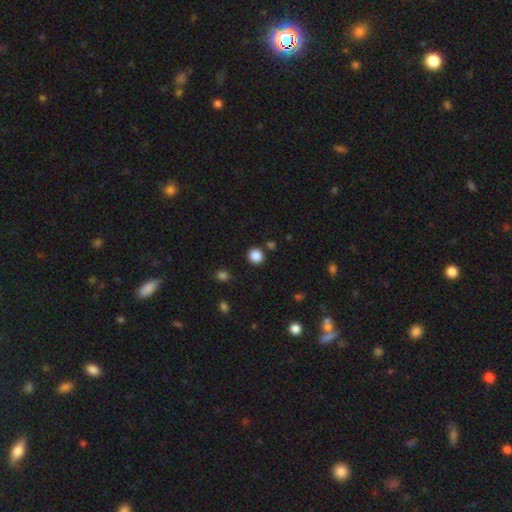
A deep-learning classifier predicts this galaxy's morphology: A smooth galaxy with no disk features (86%) that is round (92%).

Vote fractions:
- Smooth or featured? smooth: 86% / star or artifact: 11% / featured or disk: 3%
- How rounded? round: 92% / in between: 7% / cigar-shaped: 1%
- Merging? none: 87% / minor disturbance: 6% / merger: 4% / major disturbance: 2%